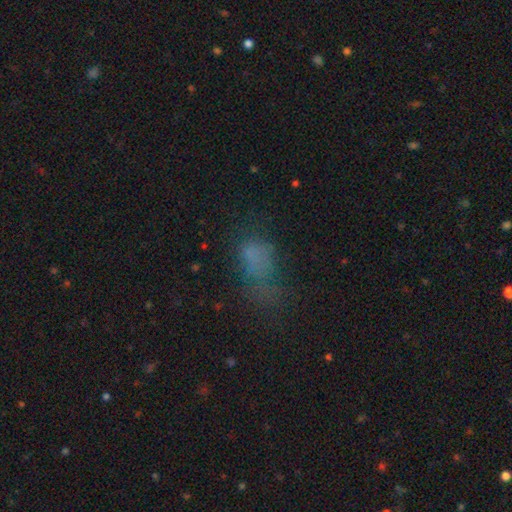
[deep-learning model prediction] smooth_or_featured: smooth (p=0.58) [alt: star or artifact p=0.24]
how_rounded: in between (p=0.78) [alt: round p=0.15]
merging: major disturbance (p=0.39) [alt: none p=0.33]